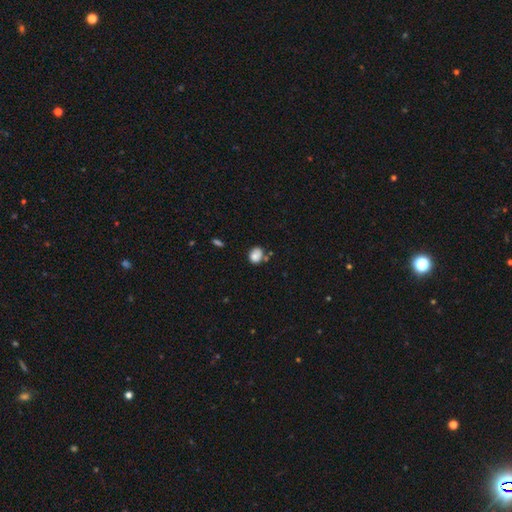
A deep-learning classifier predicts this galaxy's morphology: smooth-or-featured: smooth: 81% | featured or disk: 10% | star or artifact: 10%
  how-rounded: round: 57% | in between: 42% | cigar-shaped: 1%
  merging: none: 57% | minor disturbance: 22% | merger: 14% | major disturbance: 6%